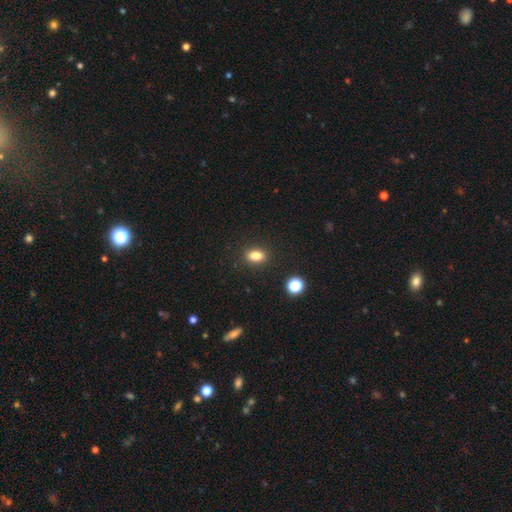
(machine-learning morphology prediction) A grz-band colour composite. It shows a smooth galaxy with no disk features (83%) that is in between round and cigar-shaped (79%). Merging: none (88%).